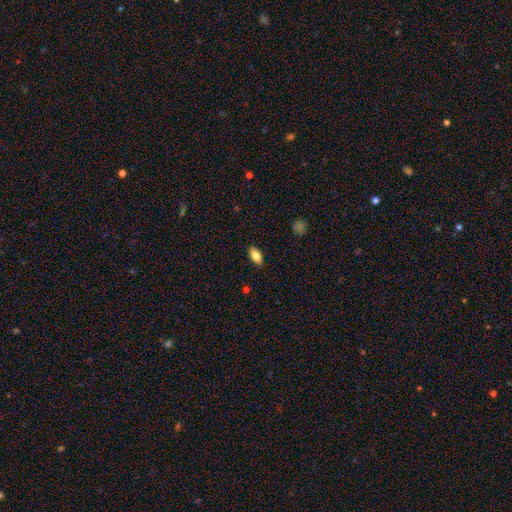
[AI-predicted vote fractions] Smooth or featured? Predicted: smooth (p=0.78). How rounded? Predicted: in between (p=0.88). Merging? Predicted: none (p=0.88).